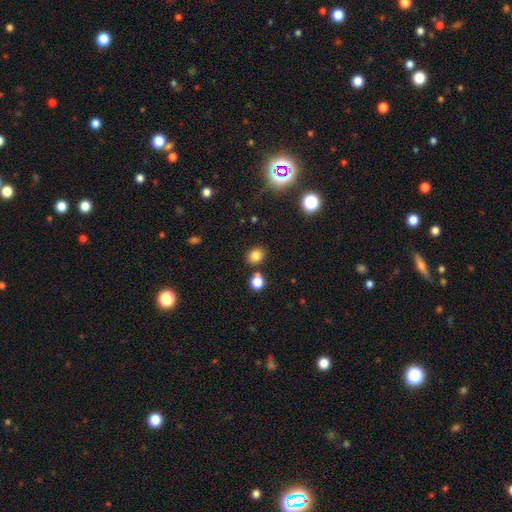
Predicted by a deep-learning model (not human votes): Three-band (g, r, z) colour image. It shows a smooth galaxy with no disk features (80%) that is round (61%). Merging: none (78%).